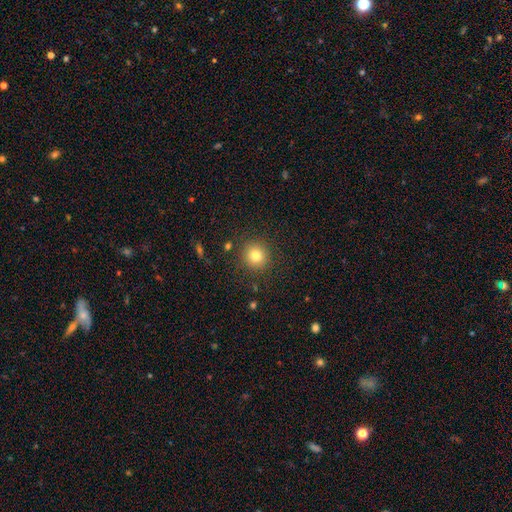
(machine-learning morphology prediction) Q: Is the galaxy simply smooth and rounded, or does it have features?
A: smooth — 79%.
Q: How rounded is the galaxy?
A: round — 93%.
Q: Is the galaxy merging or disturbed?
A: none — 88%.